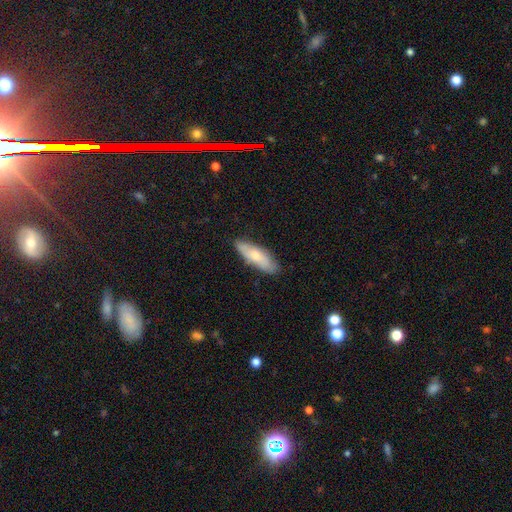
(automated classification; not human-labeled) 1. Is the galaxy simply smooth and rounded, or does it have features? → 68% smooth, 26% featured or disk, 6% star or artifact.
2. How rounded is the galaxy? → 51% in between, 47% cigar-shaped, 2% round.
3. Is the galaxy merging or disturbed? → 81% none, 15% minor disturbance, 3% major disturbance, 1% merger.